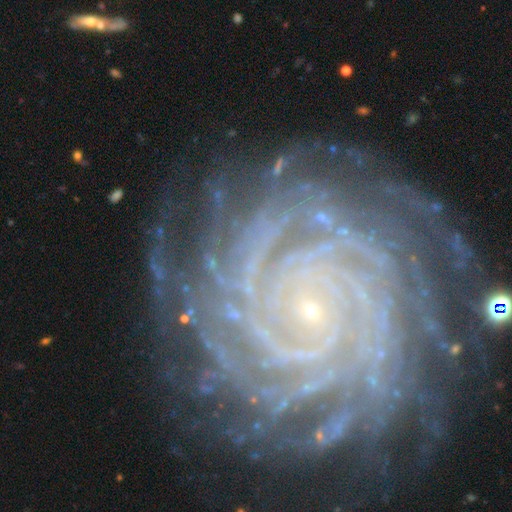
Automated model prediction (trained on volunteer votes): This appears to be a featured or disk galaxy (83%) with no bar (58%), more than 4 (25%) tight (79%) spiral arms (98%) and a small central bulge (82%). Merging: none (72%).